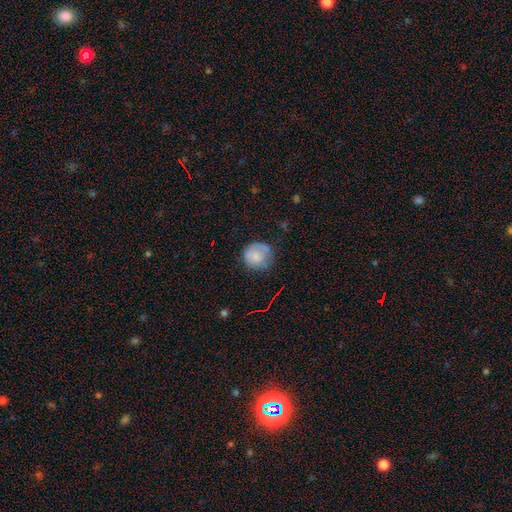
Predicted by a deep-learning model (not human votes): Smooth or featured? Predicted: smooth (p=0.73). How rounded? Predicted: round (p=0.88). Merging? Predicted: none (p=0.61).